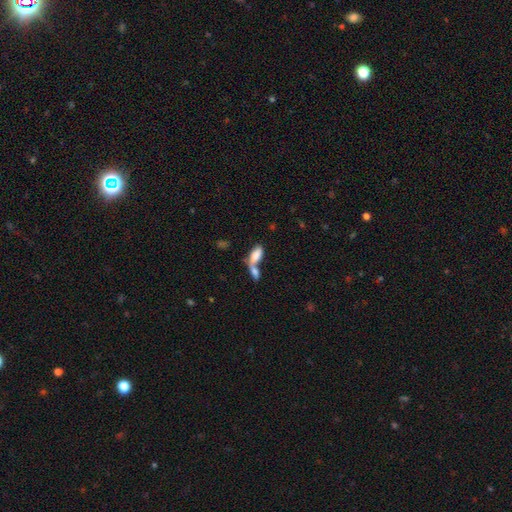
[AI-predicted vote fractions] A smooth galaxy with no disk features (77%) that is in between round and cigar-shaped (84%).

Vote fractions:
- Smooth or featured? smooth: 77% / featured or disk: 15% / star or artifact: 8%
- How rounded? in between: 84% / cigar-shaped: 12% / round: 3%
- Merging? merger: 71% / none: 17% / minor disturbance: 7% / major disturbance: 6%